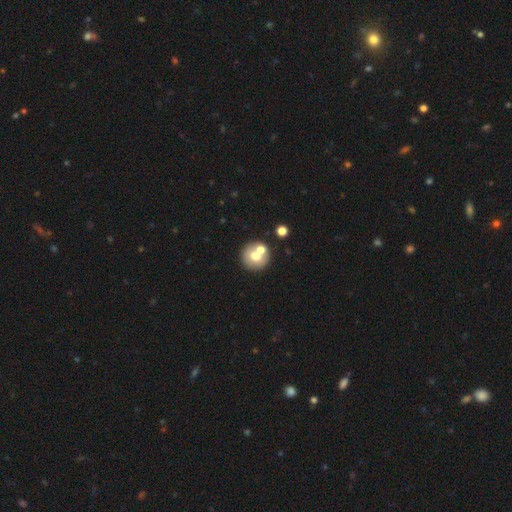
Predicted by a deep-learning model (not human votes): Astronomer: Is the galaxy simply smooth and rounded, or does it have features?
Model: smooth — 66%.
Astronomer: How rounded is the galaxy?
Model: round — 92%.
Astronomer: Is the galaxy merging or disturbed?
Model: none — 63%.